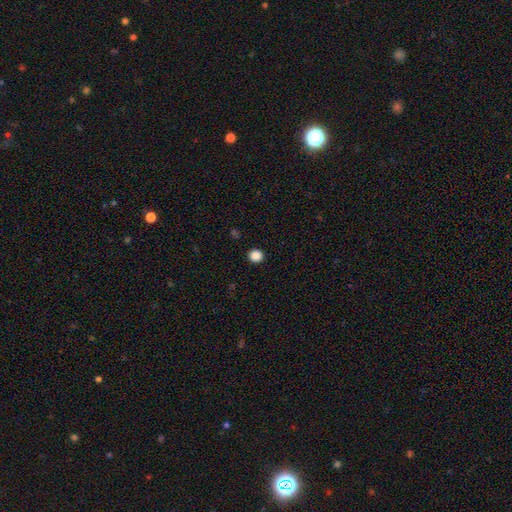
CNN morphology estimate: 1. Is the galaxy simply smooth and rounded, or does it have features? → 87% smooth, 11% star or artifact, 2% featured or disk.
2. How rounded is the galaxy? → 91% round, 8% in between, 1% cigar-shaped.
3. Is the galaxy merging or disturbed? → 93% none, 5% minor disturbance, 2% major disturbance, 1% merger.